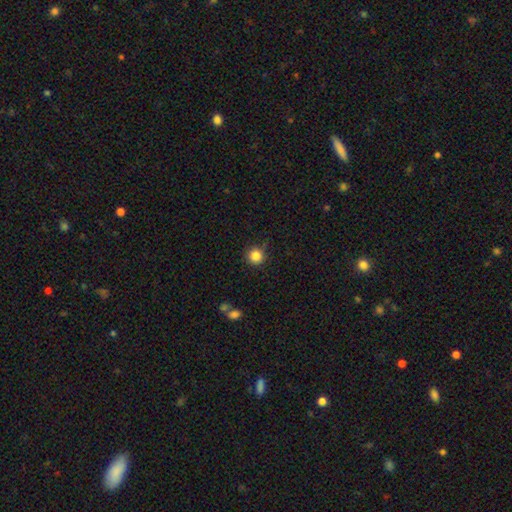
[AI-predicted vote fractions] Smooth or featured? smooth (85%)
How rounded? round (95%)
Merging? none (85%)